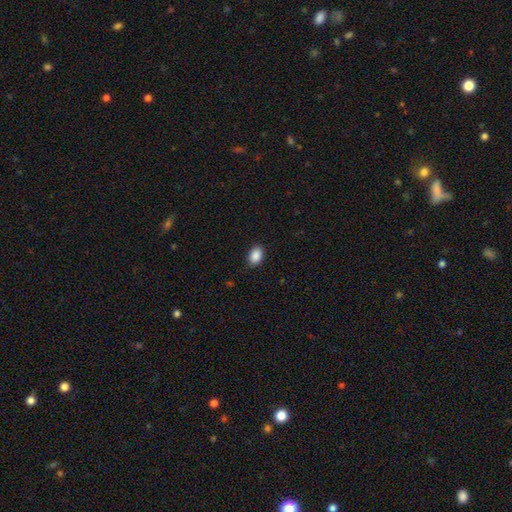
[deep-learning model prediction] smooth 90%, star or artifact 8%, featured or disk 3%. Down the decision tree: how rounded — in between (83%); merging — none (86%).